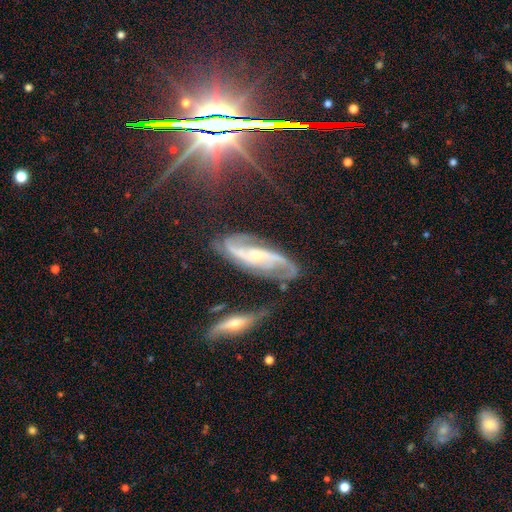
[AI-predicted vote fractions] Morphology: type=featured or disk (86%); edge-on=no (92%); bar=no (45%); spiral arms=yes (97%); winding=medium (44%); arm count=2 (83%); bulge=small (66%); merging=none (64%).